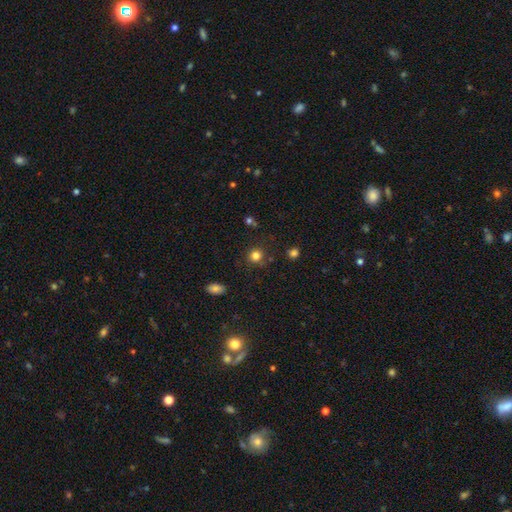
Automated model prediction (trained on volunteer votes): This appears to be a smooth galaxy with no disk features (82%) that is round (90%). Merging: none (82%).